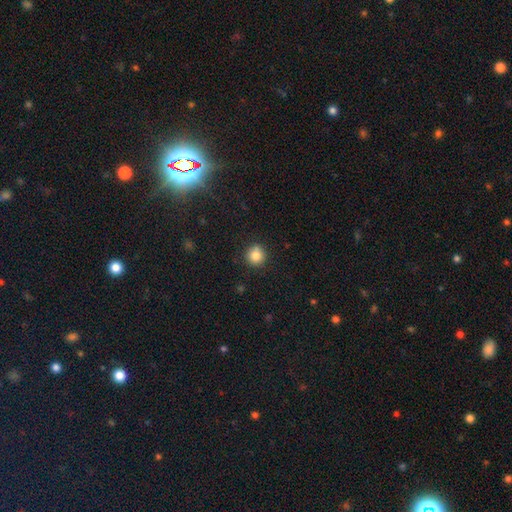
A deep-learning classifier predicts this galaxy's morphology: Q: Smooth or featured?
A: smooth (83%); runner-up: star or artifact (11%)
Q: How rounded?
A: round (92%); runner-up: in between (7%)
Q: Merging?
A: none (85%); runner-up: minor disturbance (9%)